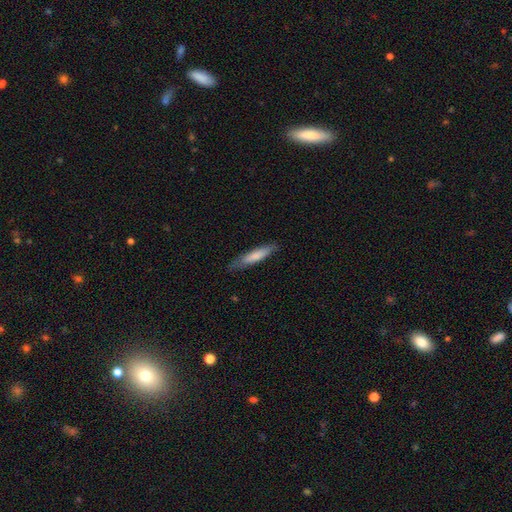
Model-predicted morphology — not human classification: smooth_or_featured: smooth (p=0.74) [alt: featured or disk p=0.20]
how_rounded: cigar-shaped (p=0.85) [alt: in between p=0.14]
merging: none (p=0.80) [alt: minor disturbance p=0.16]